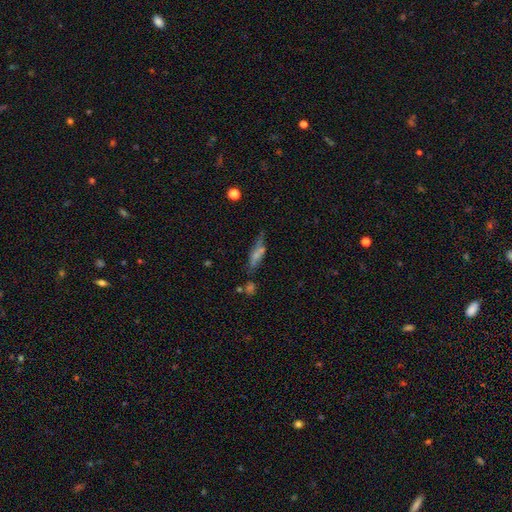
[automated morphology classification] Smooth or featured: smooth — 43% (featured or disk — 40%)
Merging: none — 57% (minor disturbance — 21%)